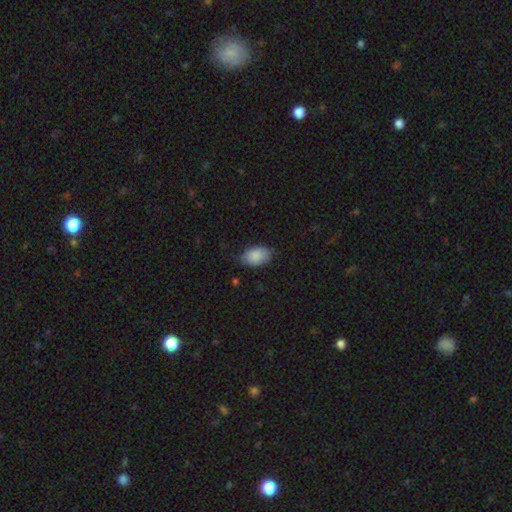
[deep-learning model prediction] This is clearly a smooth galaxy (87%). How rounded: clearly in between (90%). Merging: likely none (69%).